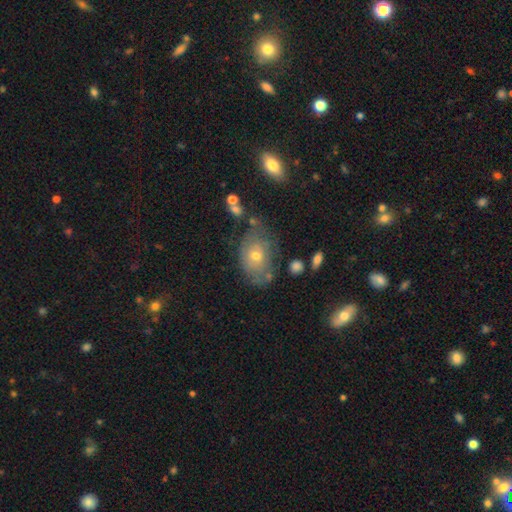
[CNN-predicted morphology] Smooth or featured? smooth (47%)
Merging? none (51%)